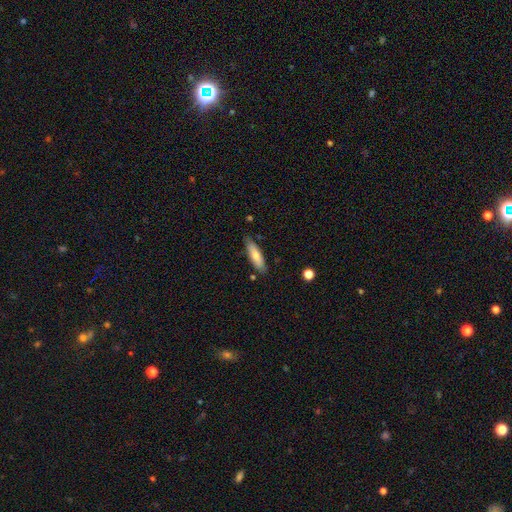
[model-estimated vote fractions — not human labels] Overall: smooth (73%). How rounded: cigar-shaped (62%; in between 37%). Merging: none (80%).